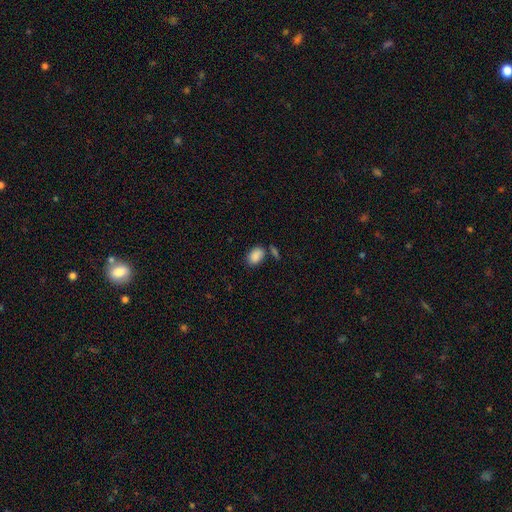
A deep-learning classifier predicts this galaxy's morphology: Smooth or featured? smooth (88%)
How rounded? in between (88%)
Merging? none (68%)